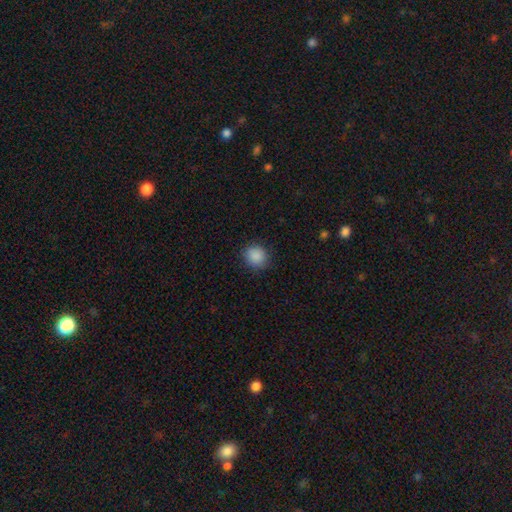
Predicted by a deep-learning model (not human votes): A smooth galaxy with no disk features (88%) that is round (85%).

Vote fractions:
- Smooth or featured? smooth: 88% / star or artifact: 9% / featured or disk: 3%
- How rounded? round: 85% / in between: 14% / cigar-shaped: 1%
- Merging? none: 87% / minor disturbance: 9% / major disturbance: 3% / merger: 1%